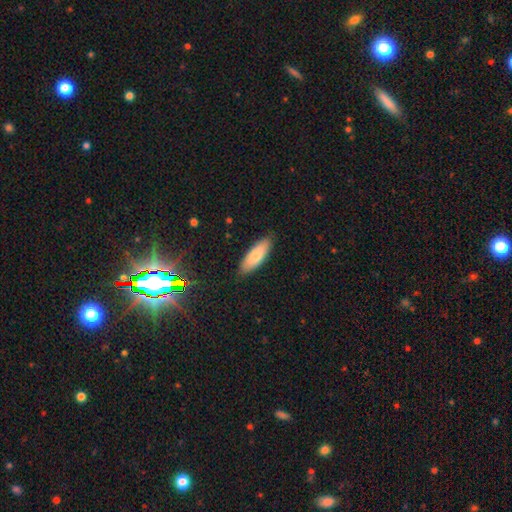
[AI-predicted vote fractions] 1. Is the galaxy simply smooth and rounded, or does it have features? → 80% smooth, 14% featured or disk, 6% star or artifact.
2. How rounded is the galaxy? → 65% in between, 34% cigar-shaped, 2% round.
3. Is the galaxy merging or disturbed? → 86% none, 11% minor disturbance, 2% major disturbance, 1% merger.